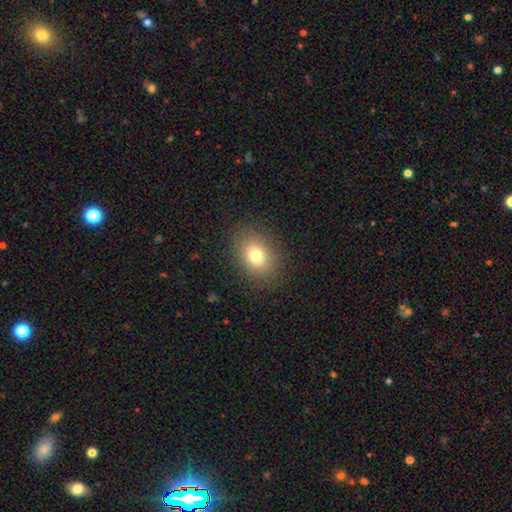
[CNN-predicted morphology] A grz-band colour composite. It shows a smooth galaxy with no disk features (77%) that is in between round and cigar-shaped (59%). Merging: none (86%).